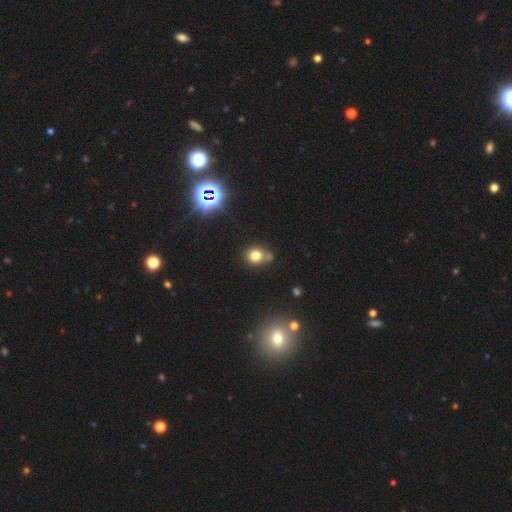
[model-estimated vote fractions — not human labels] smooth_or_featured: smooth (p=0.75) [alt: star or artifact p=0.16]
how_rounded: round (p=0.73) [alt: in between p=0.26]
merging: none (p=0.58) [alt: minor disturbance p=0.19]